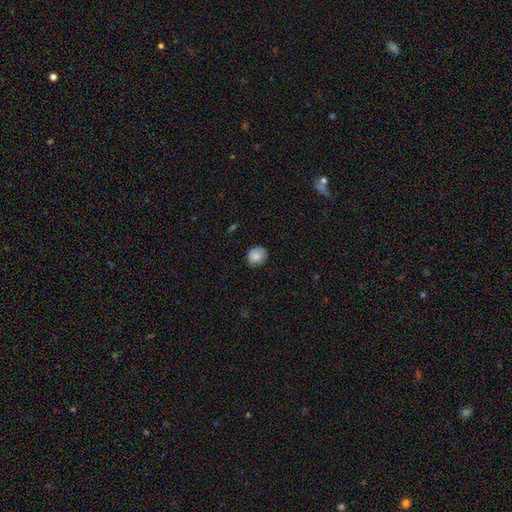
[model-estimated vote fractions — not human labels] Q: Smooth or featured?
A: smooth (83%); runner-up: featured or disk (9%)
Q: How rounded?
A: round (76%); runner-up: in between (23%)
Q: Merging?
A: none (78%); runner-up: minor disturbance (18%)